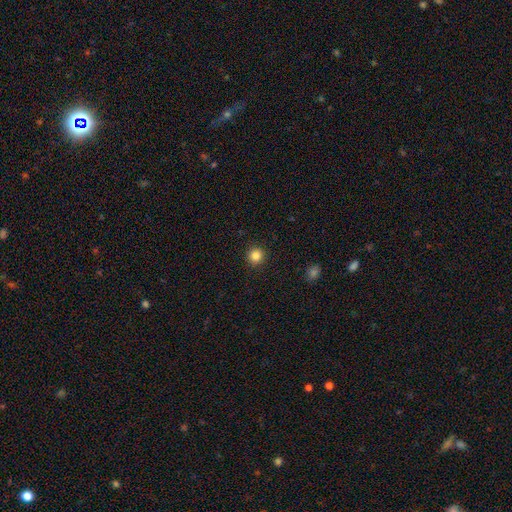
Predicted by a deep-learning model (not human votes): Smooth or featured?
  - smooth: 84% *
  - star or artifact: 12%
  - featured or disk: 4%
How rounded?
  - round: 95% *
  - in between: 4%
  - cigar-shaped: 1%
Merging?
  - none: 93% *
  - minor disturbance: 4%
  - major disturbance: 2%
  - merger: 1%